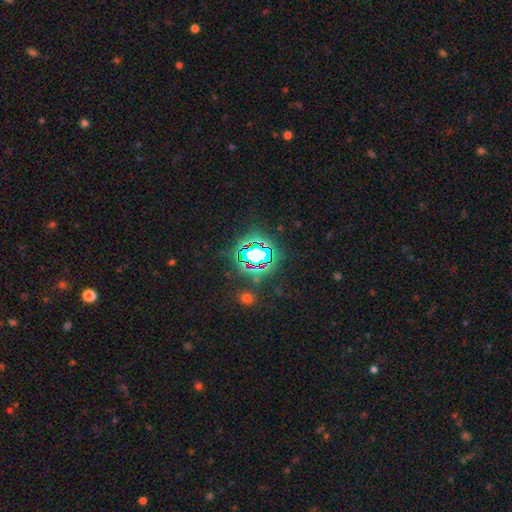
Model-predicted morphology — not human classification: Smooth or featured? Predicted: star or artifact (p=0.70).